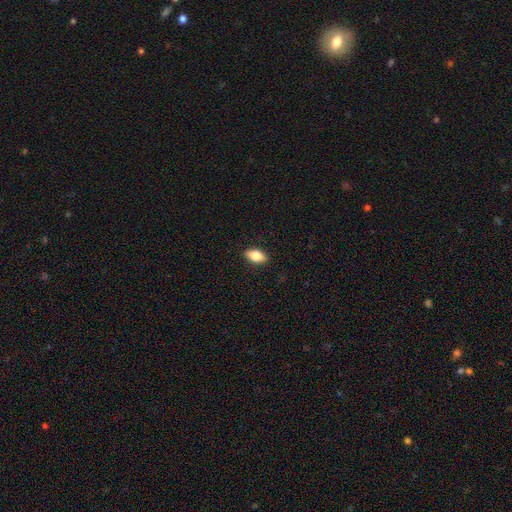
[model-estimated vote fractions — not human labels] Smooth or featured: smooth — 80% (featured or disk — 13%)
How rounded: in between — 89% (cigar-shaped — 6%)
Merging: none — 90% (minor disturbance — 8%)